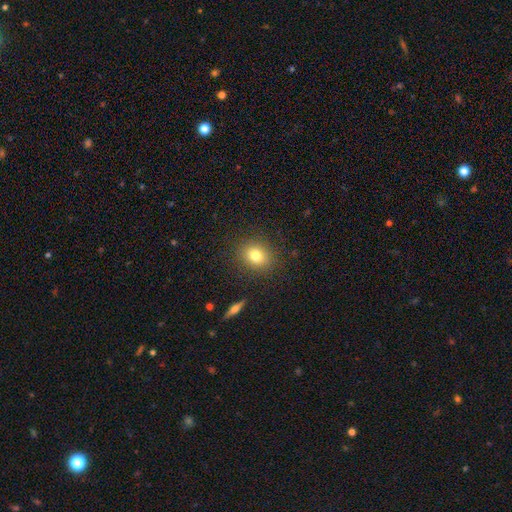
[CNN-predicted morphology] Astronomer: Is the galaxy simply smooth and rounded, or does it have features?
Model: smooth — 79%.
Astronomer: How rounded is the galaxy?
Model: round — 54% (runner-up: in between, 45%).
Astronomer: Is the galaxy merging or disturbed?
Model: none — 87%.